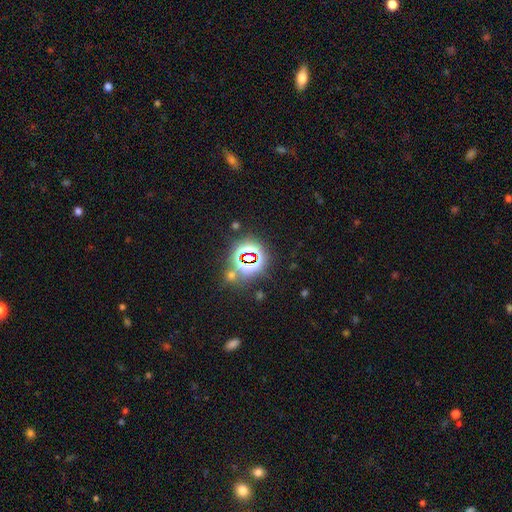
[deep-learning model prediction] Morphology: type=star or artifact (79%).